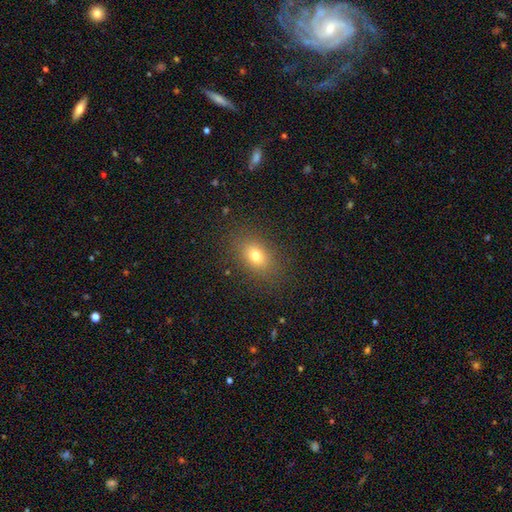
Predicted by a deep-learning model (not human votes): Morphology: type=smooth (75%); roundness=in between (72%); merging=none (85%).